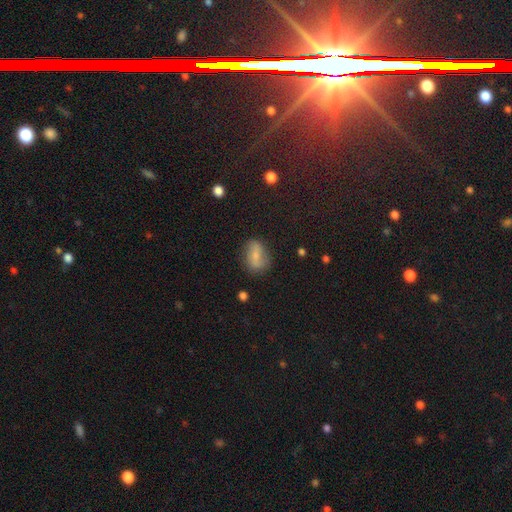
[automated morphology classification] Q: Smooth or featured?
A: smooth (53%); runner-up: featured or disk (37%)
Q: How rounded?
A: in between (76%); runner-up: round (20%)
Q: Merging?
A: none (65%); runner-up: minor disturbance (23%)